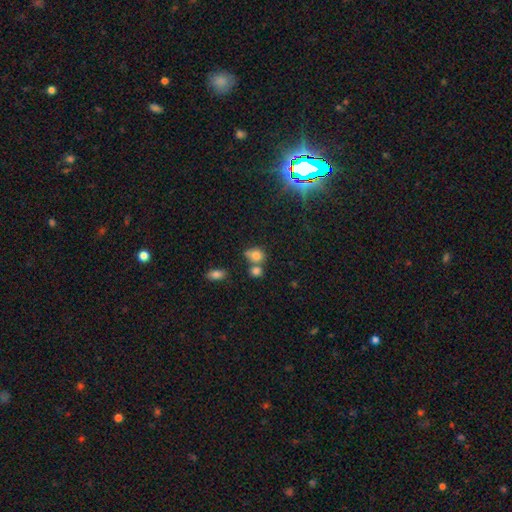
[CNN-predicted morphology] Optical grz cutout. It shows a smooth galaxy with no disk features (77%) that is round (61%). Merging: none (47%).